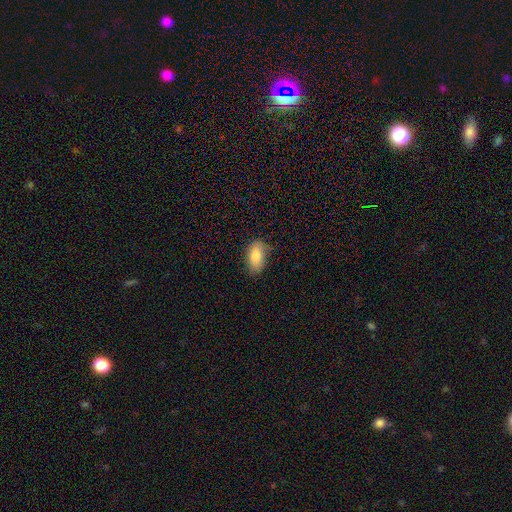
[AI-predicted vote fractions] Smooth or featured?
  - smooth: 81% *
  - featured or disk: 12%
  - star or artifact: 7%
How rounded?
  - in between: 92% *
  - round: 6%
  - cigar-shaped: 3%
Merging?
  - none: 73% *
  - minor disturbance: 22%
  - major disturbance: 4%
  - merger: 1%